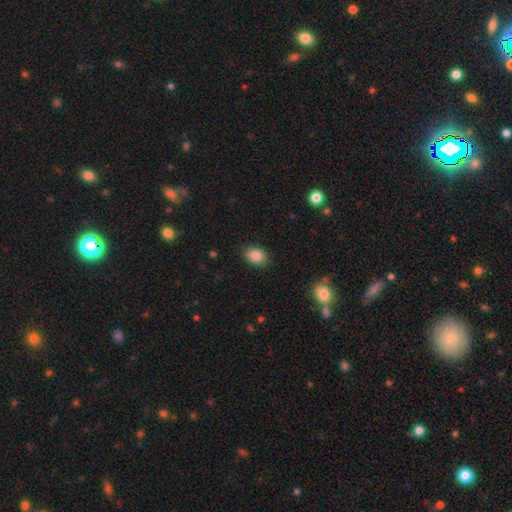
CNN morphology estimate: Smooth or featured? smooth (86%)
How rounded? in between (68%)
Merging? none (87%)